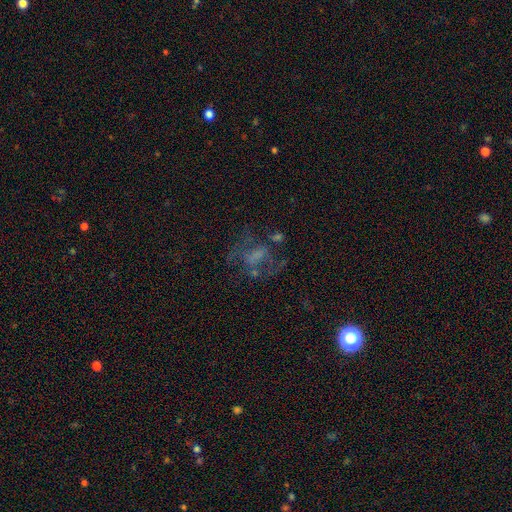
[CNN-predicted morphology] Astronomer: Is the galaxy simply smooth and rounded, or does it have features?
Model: featured or disk — 51%.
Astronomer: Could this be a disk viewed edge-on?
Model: no — 96%.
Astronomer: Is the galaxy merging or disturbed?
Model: none — 48% (runner-up: major disturbance, 30%).